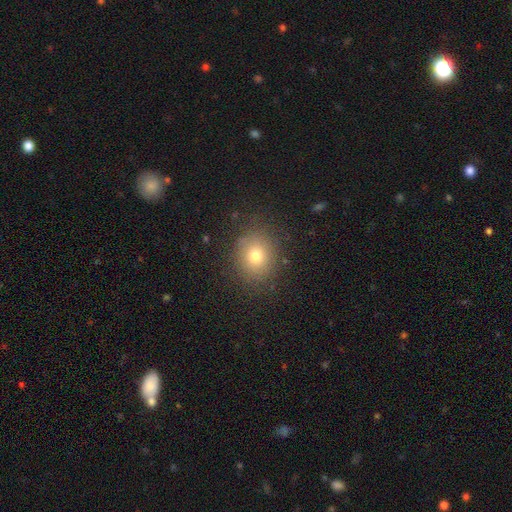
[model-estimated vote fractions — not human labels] A smooth galaxy with no disk features (75%) that is round (74%).

Vote fractions:
- Smooth or featured? smooth: 75% / star or artifact: 14% / featured or disk: 11%
- How rounded? round: 74% / in between: 25% / cigar-shaped: 1%
- Merging? none: 84% / minor disturbance: 10% / major disturbance: 4% / merger: 1%